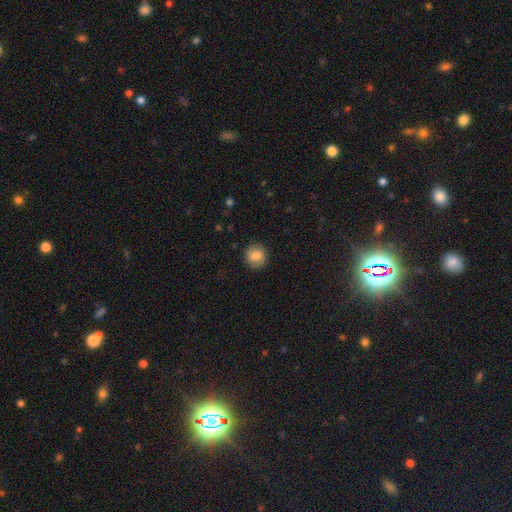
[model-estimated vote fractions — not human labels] smooth-or-featured: smooth: 79% | featured or disk: 12% | star or artifact: 9%
  how-rounded: round: 89% | in between: 10% | cigar-shaped: 1%
  merging: none: 88% | minor disturbance: 8% | major disturbance: 3% | merger: 1%